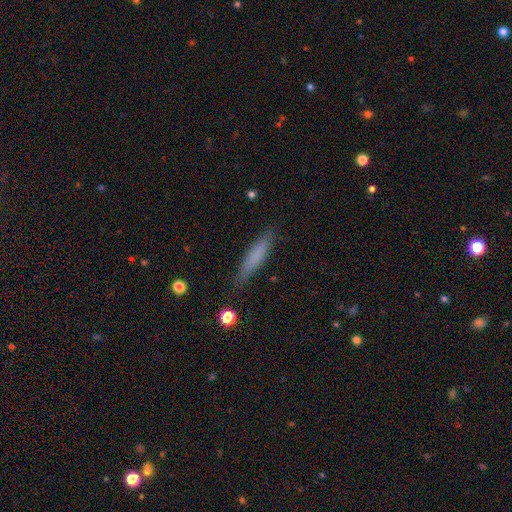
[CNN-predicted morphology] smooth 72%, featured or disk 20%, star or artifact 8%. Down the decision tree: how rounded — cigar-shaped (90%); merging — none (84%).